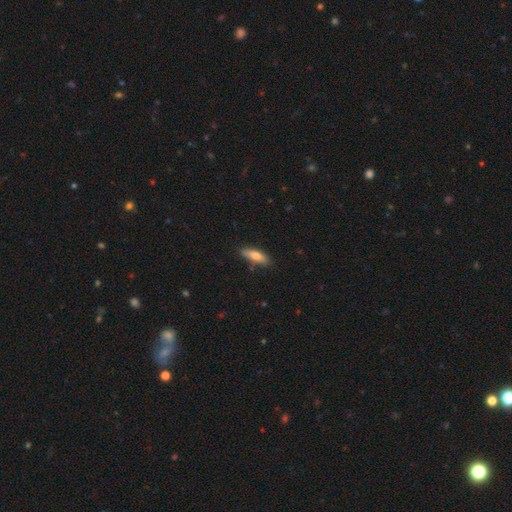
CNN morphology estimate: Smooth or featured? smooth (71%)
How rounded? cigar-shaped (57%)
Merging? none (79%)